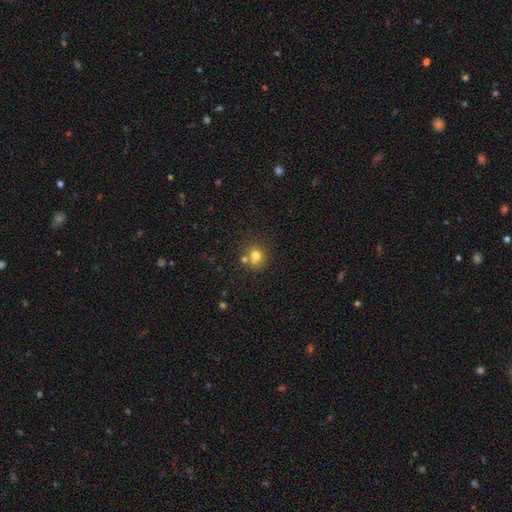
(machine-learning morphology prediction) smooth_or_featured: smooth (p=0.74) [alt: star or artifact p=0.14]
how_rounded: round (p=0.79) [alt: in between p=0.20]
merging: none (p=0.56) [alt: merger p=0.26]